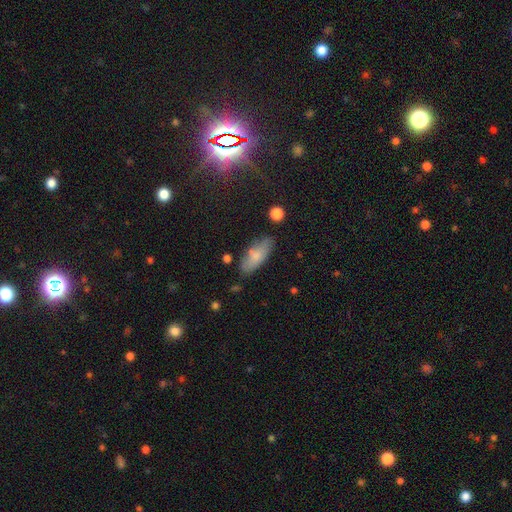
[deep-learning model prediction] smooth_or_featured: smooth (p=0.74) [alt: featured or disk p=0.19]
how_rounded: in between (p=0.76) [alt: cigar-shaped p=0.22]
merging: none (p=0.73) [alt: minor disturbance p=0.19]